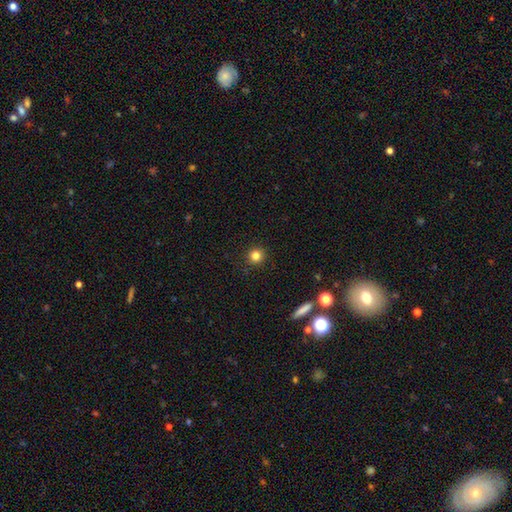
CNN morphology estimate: A smooth galaxy with no disk features (82%) that is round (94%). Merging: none (92%).